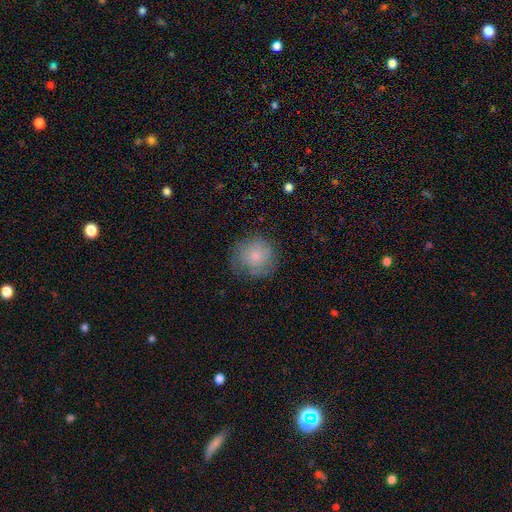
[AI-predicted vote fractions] A smooth galaxy with no disk features (74%) that is round (92%). Merging: none (73%).